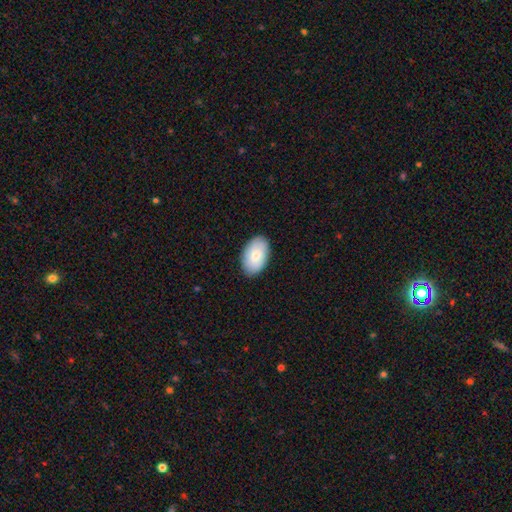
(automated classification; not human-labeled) Smooth or featured? Predicted: smooth (p=0.81). How rounded? Predicted: in between (p=0.94). Merging? Predicted: none (p=0.88).